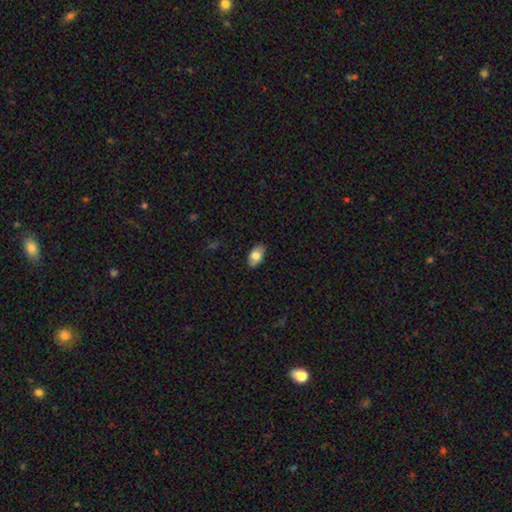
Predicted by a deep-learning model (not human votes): Q: Smooth or featured?
A: smooth (80%); runner-up: featured or disk (14%)
Q: How rounded?
A: in between (93%); runner-up: round (5%)
Q: Merging?
A: none (87%); runner-up: minor disturbance (10%)